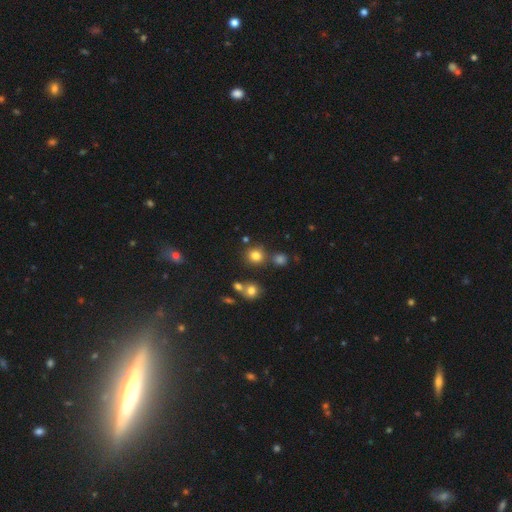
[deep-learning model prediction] This is likely a smooth galaxy (77%). How rounded: clearly round (88%). Merging: likely none (75%).